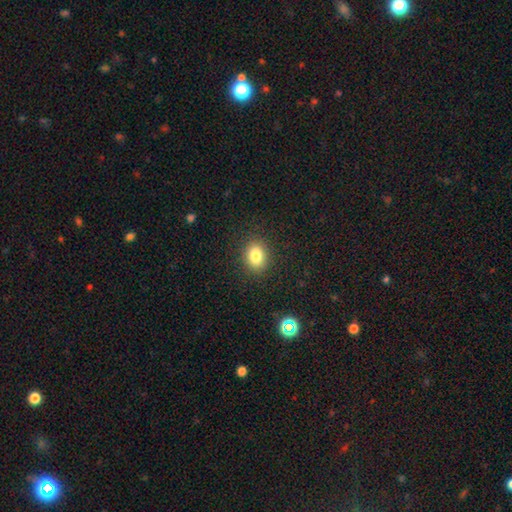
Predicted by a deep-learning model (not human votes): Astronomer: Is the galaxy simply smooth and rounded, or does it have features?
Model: smooth — 83%.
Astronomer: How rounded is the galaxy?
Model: in between — 59% (runner-up: round, 40%).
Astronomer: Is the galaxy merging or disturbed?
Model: none — 88%.